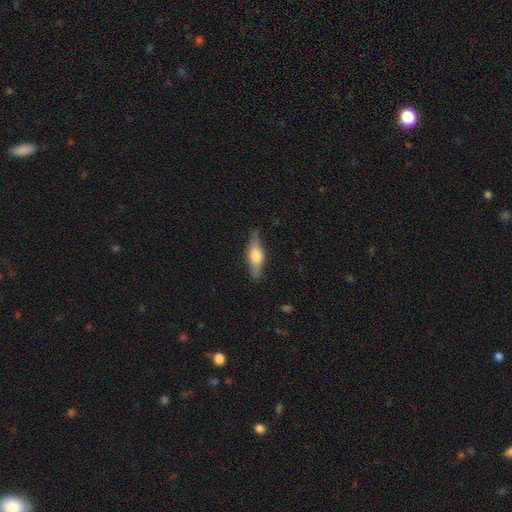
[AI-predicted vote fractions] A smooth galaxy with no disk features (55%) that is in between round and cigar-shaped (51%). Merging: none (78%).